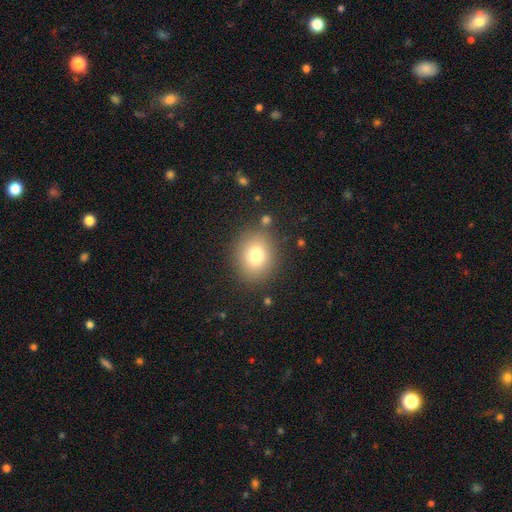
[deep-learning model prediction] Q: Smooth or featured?
A: smooth (79%); runner-up: star or artifact (12%)
Q: How rounded?
A: round (65%); runner-up: in between (34%)
Q: Merging?
A: none (84%); runner-up: minor disturbance (9%)